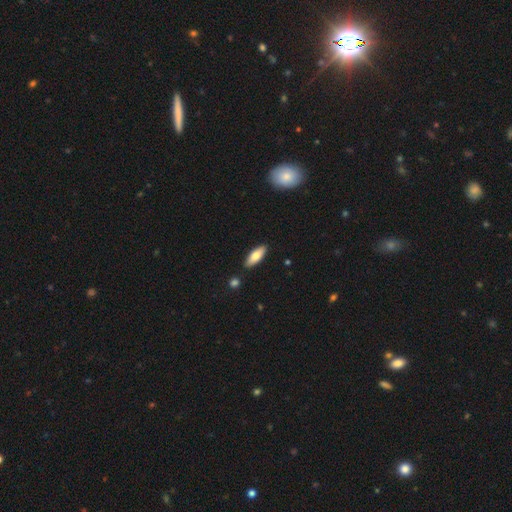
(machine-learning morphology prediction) smooth-or-featured: smooth: 76% | featured or disk: 18% | star or artifact: 6%
  how-rounded: in between: 68% | cigar-shaped: 30% | round: 2%
  merging: none: 87% | minor disturbance: 9% | merger: 2% | major disturbance: 2%